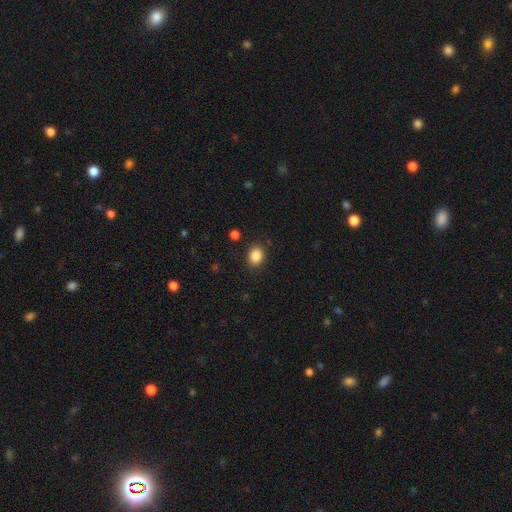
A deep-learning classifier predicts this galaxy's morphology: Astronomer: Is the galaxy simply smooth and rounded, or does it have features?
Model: smooth — 86%.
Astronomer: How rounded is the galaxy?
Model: round — 54% (runner-up: in between, 45%).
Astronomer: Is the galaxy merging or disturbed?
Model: none — 87%.